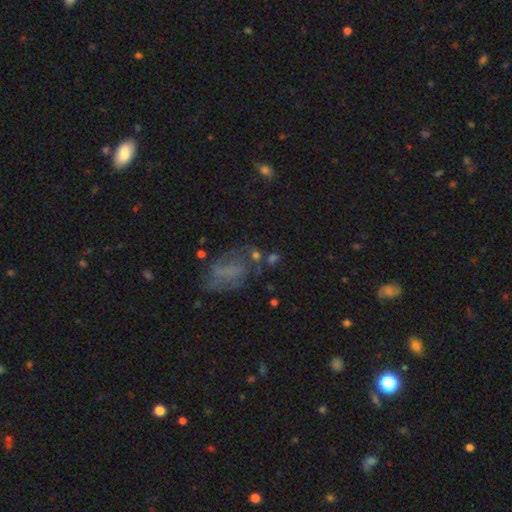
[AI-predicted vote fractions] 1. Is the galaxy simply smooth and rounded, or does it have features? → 45% featured or disk, 38% smooth, 17% star or artifact.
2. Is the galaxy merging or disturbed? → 48% none, 22% minor disturbance, 22% major disturbance, 8% merger.